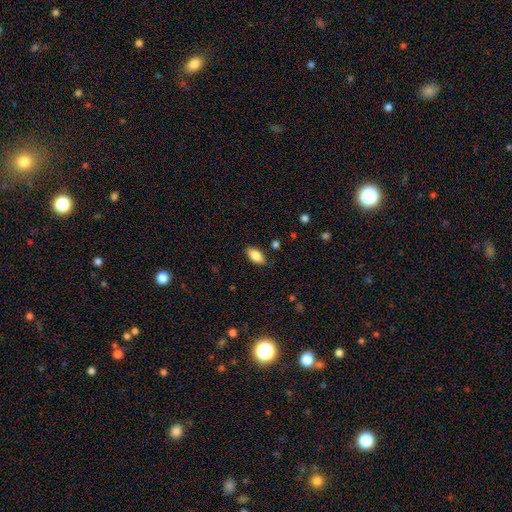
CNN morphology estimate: This appears to be a smooth galaxy with no disk features (81%) that is in between round and cigar-shaped (91%). Merging: none (84%).